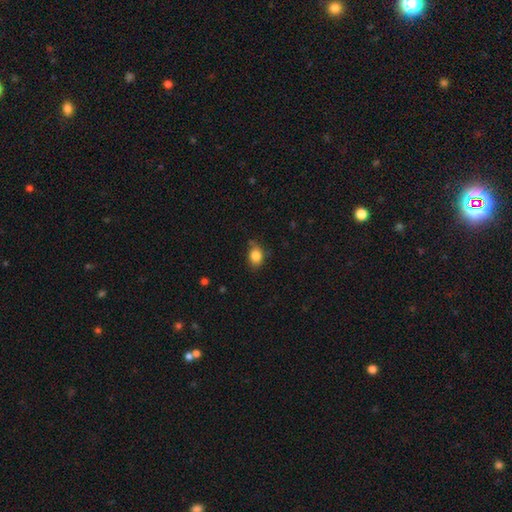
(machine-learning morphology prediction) smooth_or_featured: smooth (p=0.83) [alt: star or artifact p=0.10]
how_rounded: in between (p=0.59) [alt: round p=0.40]
merging: none (p=0.67) [alt: minor disturbance p=0.25]